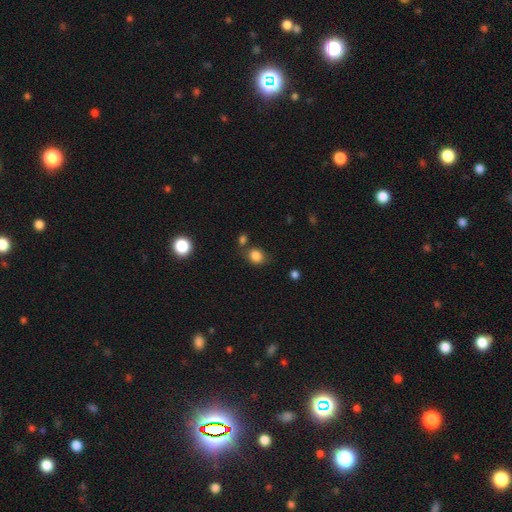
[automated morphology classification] Q: Smooth or featured?
A: smooth (84%); runner-up: star or artifact (11%)
Q: How rounded?
A: round (58%); runner-up: in between (41%)
Q: Merging?
A: none (67%); runner-up: minor disturbance (16%)